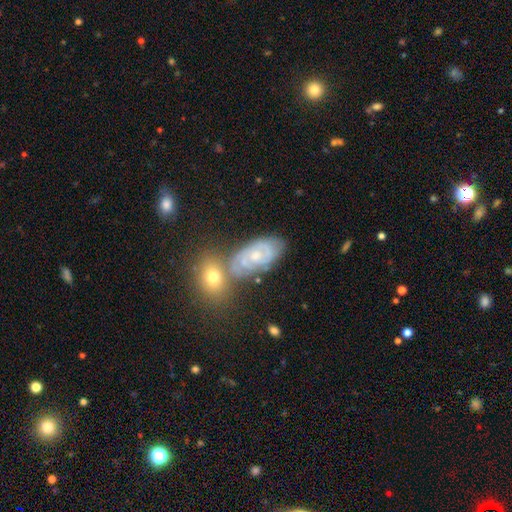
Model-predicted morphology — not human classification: smooth_or_featured: featured or disk (p=0.73) [alt: smooth p=0.18]
disk_edge_on: no (p=0.95) [alt: yes p=0.05]
bar: no (p=0.73) [alt: weak p=0.23]
has_spiral_arms: yes (p=0.86) [alt: no p=0.14]
spiral_winding: tight (p=0.67) [alt: medium p=0.27]
spiral_arm_count: 2 (p=0.43) [alt: can't tell p=0.36]
bulge_size: small (p=0.52) [alt: moderate p=0.42]
merging: none (p=0.58) [alt: merger p=0.19]